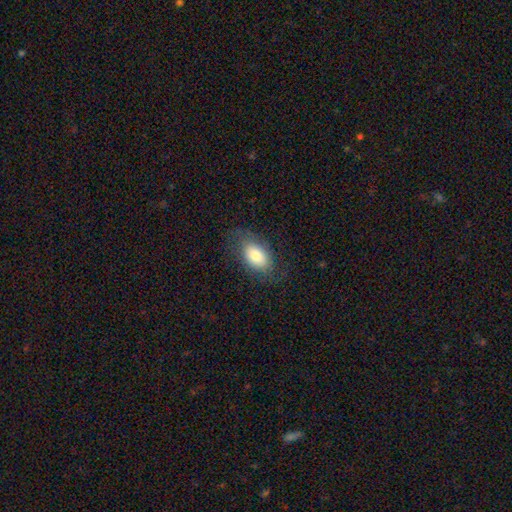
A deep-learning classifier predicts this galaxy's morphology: A smooth galaxy with no disk features (74%) that is in between round and cigar-shaped (90%).

Vote fractions:
- Smooth or featured? smooth: 74% / featured or disk: 19% / star or artifact: 7%
- How rounded? in between: 90% / round: 8% / cigar-shaped: 2%
- Merging? none: 71% / minor disturbance: 18% / major disturbance: 10% / merger: 1%